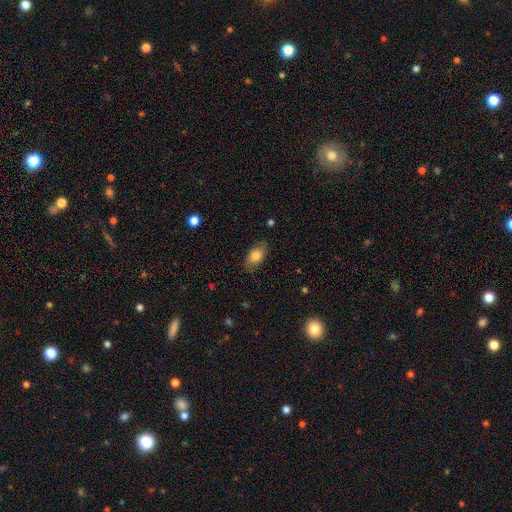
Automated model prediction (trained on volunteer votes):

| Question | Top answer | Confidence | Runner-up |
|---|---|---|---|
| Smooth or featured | smooth | 75% | featured or disk (17%) |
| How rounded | in between | 90% | round (8%) |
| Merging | none | 79% | minor disturbance (16%) |